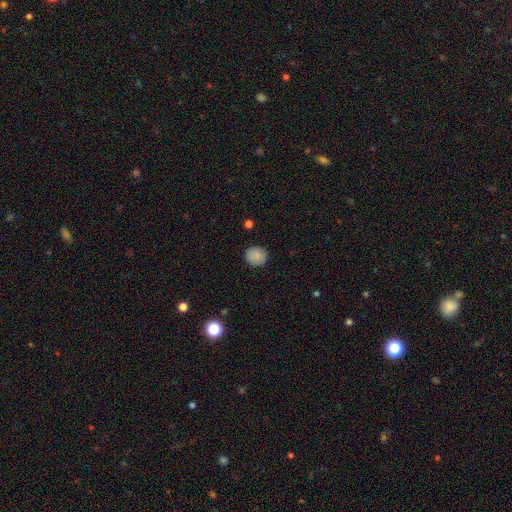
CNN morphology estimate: The model was most divided on "how rounded": round: 87%, in between: 12%, cigar-shaped: 1%. More confident: merging — none (89%); smooth or featured — smooth (87%).